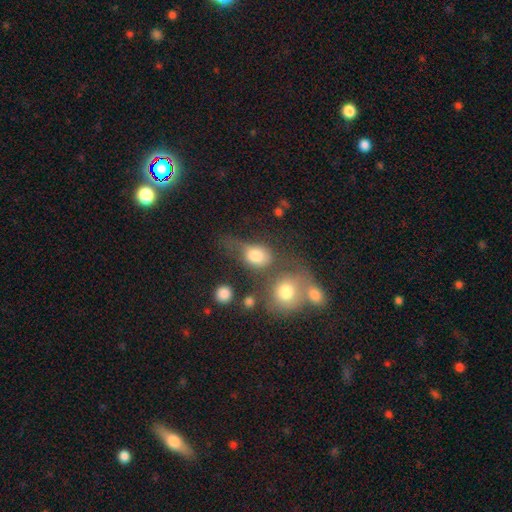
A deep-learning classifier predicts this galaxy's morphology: Smooth or featured? smooth (76%)
How rounded? in between (50%)
Merging? merger (31%)